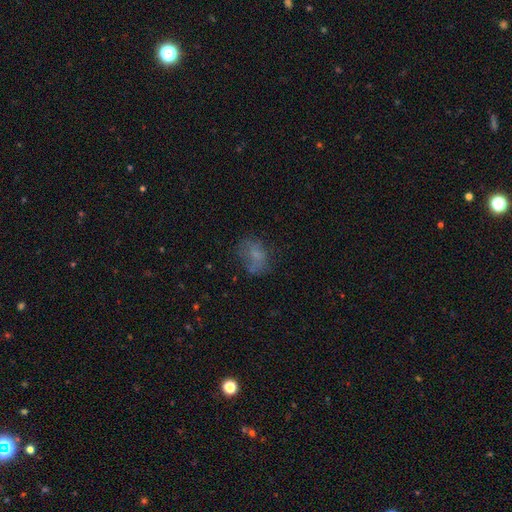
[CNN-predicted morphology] Smooth or featured? Predicted: smooth (p=0.58). How rounded? Predicted: in between (p=0.67). Merging? Predicted: none (p=0.49).